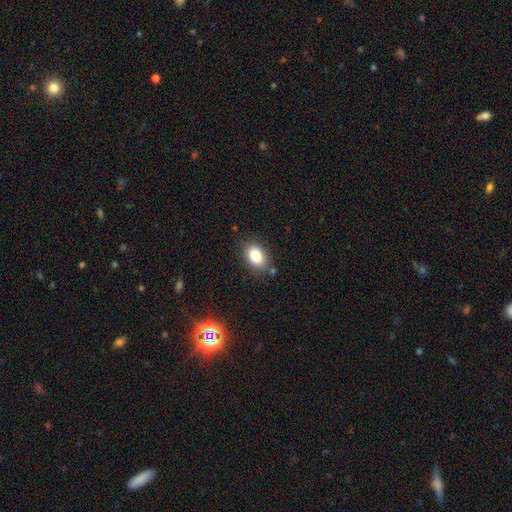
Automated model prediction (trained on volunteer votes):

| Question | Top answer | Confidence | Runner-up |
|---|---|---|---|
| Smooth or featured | smooth | 83% | star or artifact (9%) |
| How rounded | in between | 84% | round (15%) |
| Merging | none | 80% | minor disturbance (13%) |